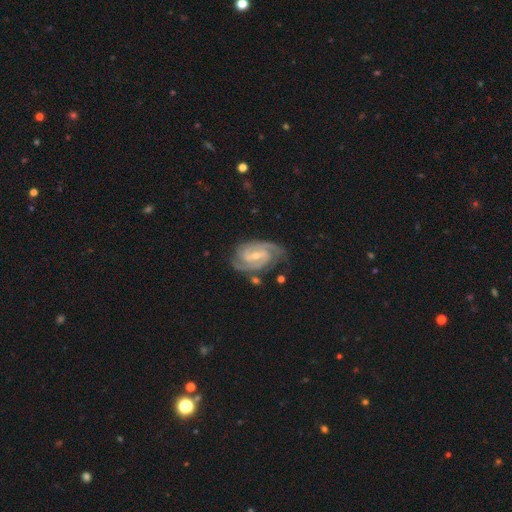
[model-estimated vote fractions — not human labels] featured or disk 92%, star or artifact 4%, smooth 4%. Down the decision tree: edge-on disk — no (97%); bar — weak (50%); spiral arms — yes (99%); spiral arm count — 2 (76%); spiral winding — tight (53%); bulge size — small (62%); merging — none (77%).